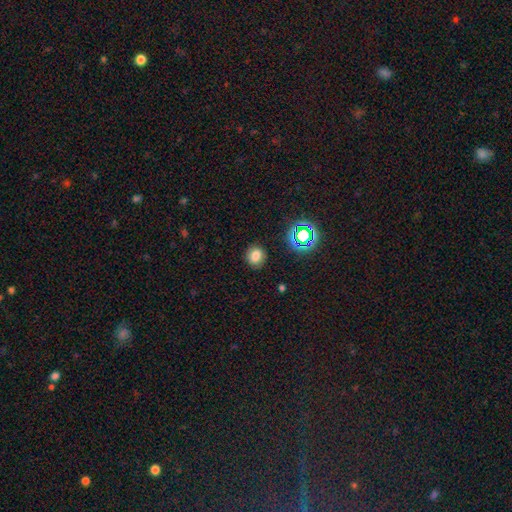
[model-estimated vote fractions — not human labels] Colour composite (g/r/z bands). It shows a smooth galaxy with no disk features (75%) that is round (78%). Merging: none (88%).